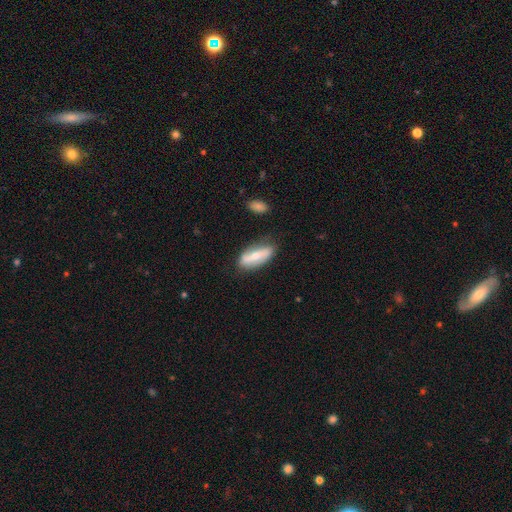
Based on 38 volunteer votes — Q: Smooth or featured?
A: featured or disk (68%); runner-up: smooth (32%)
Q: Edge-on disk?
A: no (58%); runner-up: yes (42%)
Q: Bar?
A: strong (47%); runner-up: weak (27%)
Q: Spiral arms?
A: no (53%); runner-up: yes (47%)
Q: Bulge size?
A: moderate (53%); runner-up: small (47%)
Q: Merging?
A: none (79%); runner-up: minor disturbance (16%)